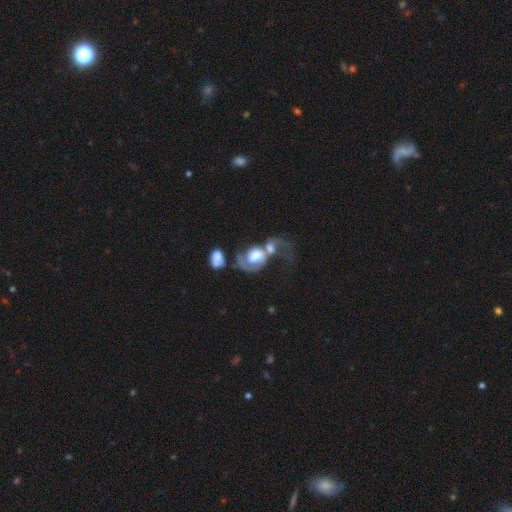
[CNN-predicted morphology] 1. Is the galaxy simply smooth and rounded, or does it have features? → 64% featured or disk, 29% smooth, 7% star or artifact.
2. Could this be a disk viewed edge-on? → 97% no, 3% yes.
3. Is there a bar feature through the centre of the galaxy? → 66% no, 26% weak, 9% strong.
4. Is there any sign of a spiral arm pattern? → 74% yes, 26% no.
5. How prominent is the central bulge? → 47% large, 31% moderate, 10% dominant, 7% small, 5% none.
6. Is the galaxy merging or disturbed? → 61% merger, 23% major disturbance, 10% none, 6% minor disturbance.